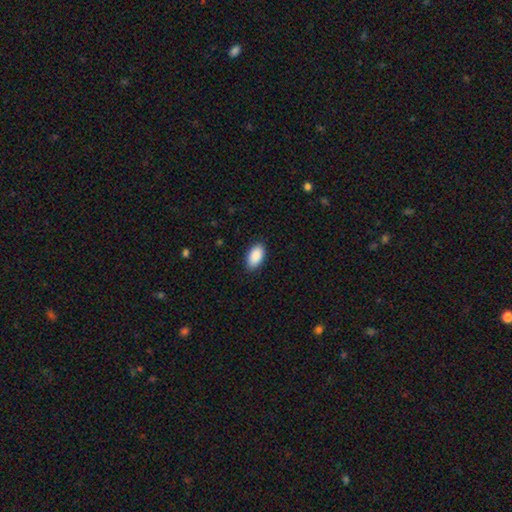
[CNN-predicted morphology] The model was most divided on "merging": none: 89%, minor disturbance: 9%, major disturbance: 2%, merger: 1%. More confident: how rounded — in between (95%); smooth or featured — smooth (91%).